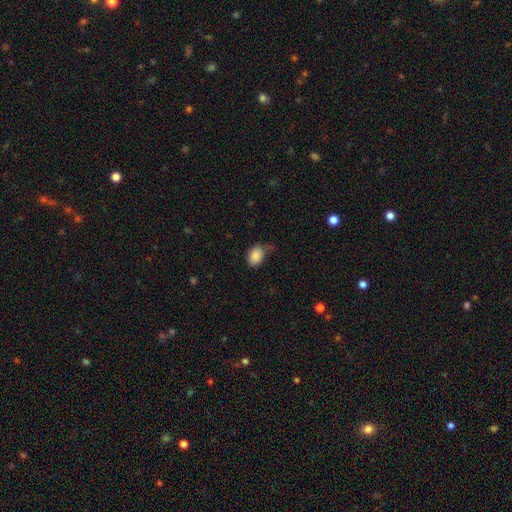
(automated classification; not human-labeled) smooth_or_featured: smooth (p=0.87) [alt: star or artifact p=0.08]
how_rounded: in between (p=0.71) [alt: round p=0.28]
merging: none (p=0.59) [alt: minor disturbance p=0.27]